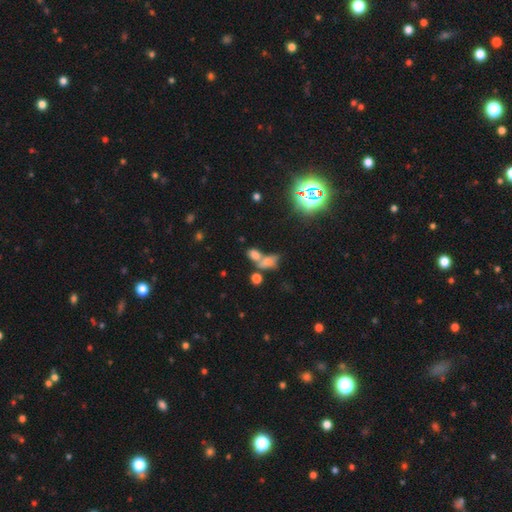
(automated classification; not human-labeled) Smooth or featured? Predicted: smooth (p=0.64). How rounded? Predicted: in between (p=0.73). Merging? Predicted: merger (p=0.56).